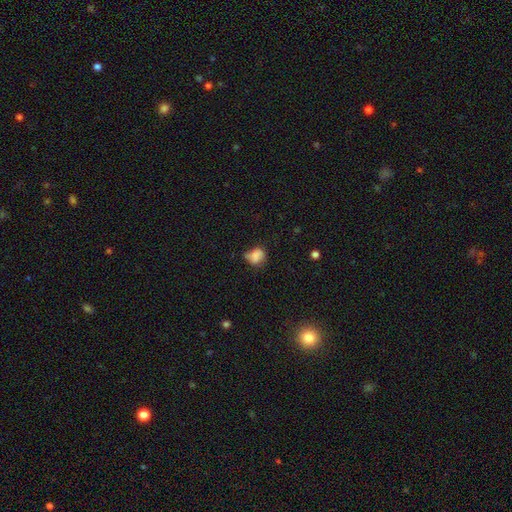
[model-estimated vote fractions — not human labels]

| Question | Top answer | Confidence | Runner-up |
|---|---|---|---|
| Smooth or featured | smooth | 72% | featured or disk (17%) |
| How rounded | round | 51% | in between (48%) |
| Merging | none | 42% | minor disturbance (36%) |